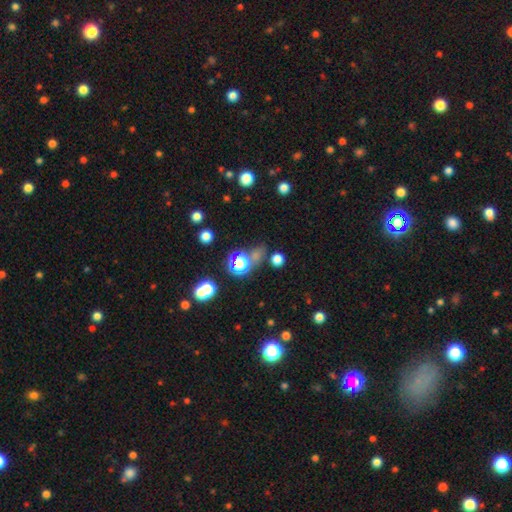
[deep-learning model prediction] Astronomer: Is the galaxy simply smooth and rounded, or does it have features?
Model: star or artifact — 56% (runner-up: smooth, 34%).